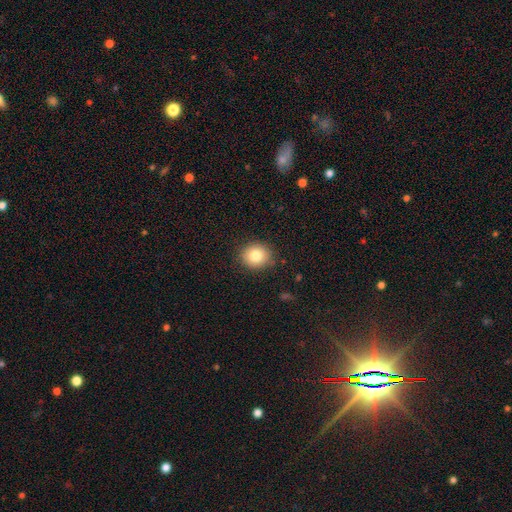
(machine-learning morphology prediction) This is clearly a smooth galaxy (81%). How rounded: likely round (77%). Merging: clearly none (88%).